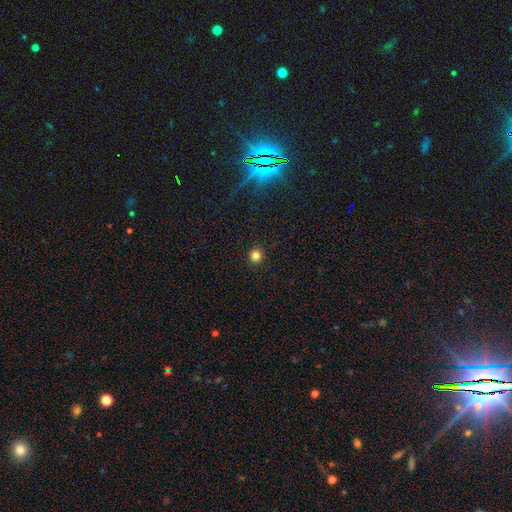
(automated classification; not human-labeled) A smooth galaxy with no disk features (82%) that is round (94%). Merging: none (93%).